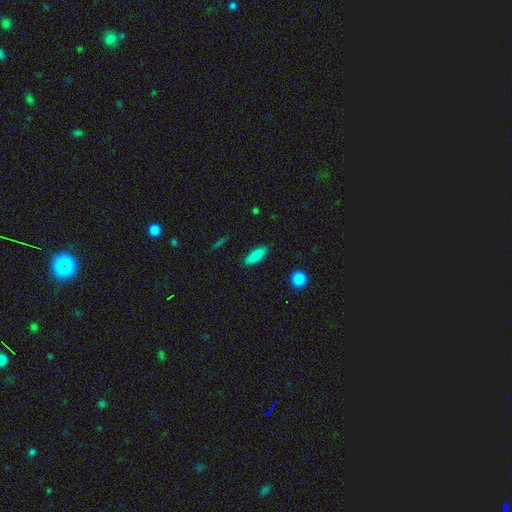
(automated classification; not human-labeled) Smooth or featured: smooth — 87% (star or artifact — 8%)
How rounded: in between — 63% (cigar-shaped — 35%)
Merging: none — 88% (minor disturbance — 9%)